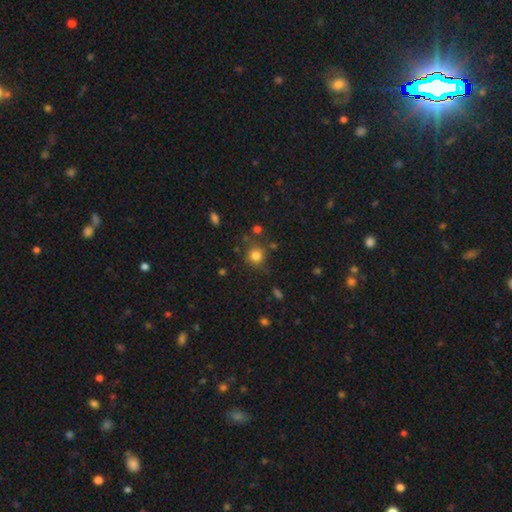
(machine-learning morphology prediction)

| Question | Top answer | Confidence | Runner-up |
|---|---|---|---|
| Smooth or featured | smooth | 79% | star or artifact (14%) |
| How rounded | round | 89% | in between (10%) |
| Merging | none | 77% | minor disturbance (12%) |